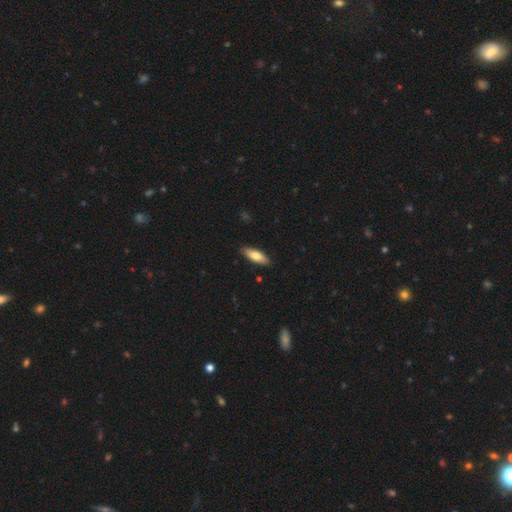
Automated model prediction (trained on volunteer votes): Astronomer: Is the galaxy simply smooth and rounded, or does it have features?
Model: smooth — 74%.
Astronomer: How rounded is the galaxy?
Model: in between — 61% (runner-up: cigar-shaped, 37%).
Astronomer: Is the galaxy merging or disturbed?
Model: none — 89%.